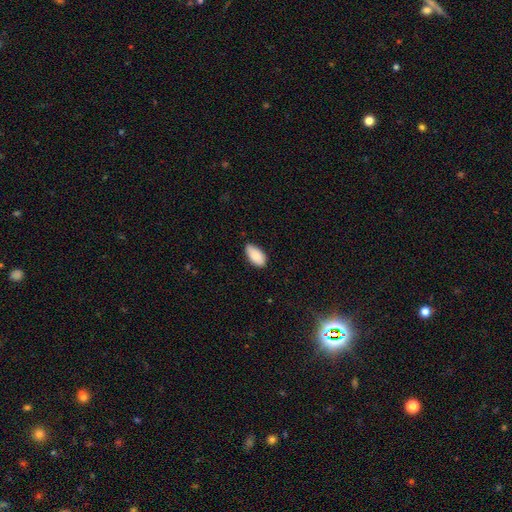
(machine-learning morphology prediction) The model was most divided on "merging": none: 77%, minor disturbance: 19%, major disturbance: 3%, merger: 1%. More confident: how rounded — in between (94%); smooth or featured — smooth (88%).